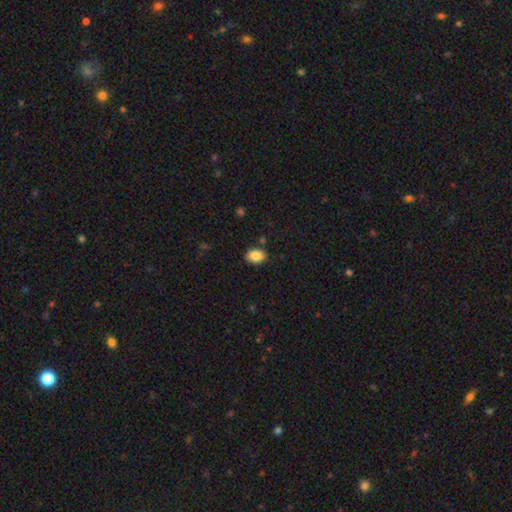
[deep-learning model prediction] Smooth or featured: smooth — 86% (star or artifact — 8%)
How rounded: in between — 76% (round — 23%)
Merging: none — 86% (minor disturbance — 9%)